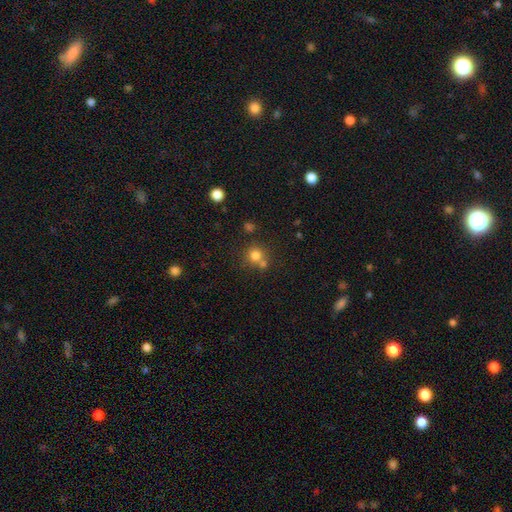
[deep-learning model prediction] smooth-or-featured: smooth: 77% | star or artifact: 14% | featured or disk: 9%
  how-rounded: round: 90% | in between: 9% | cigar-shaped: 1%
  merging: none: 60% | merger: 28% | minor disturbance: 8% | major disturbance: 4%